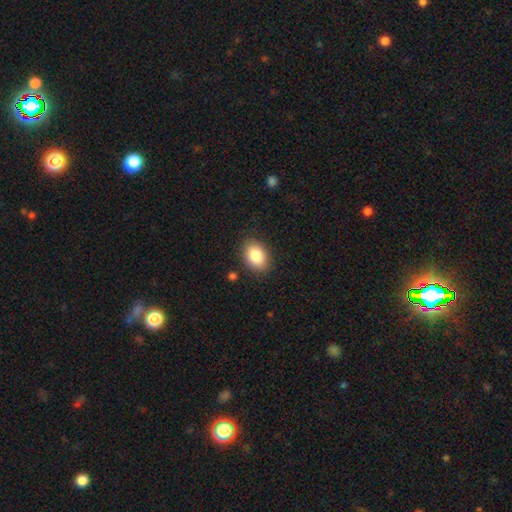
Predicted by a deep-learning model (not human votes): This appears to be a smooth galaxy with no disk features (86%) that is in between round and cigar-shaped (79%). Merging: none (86%).